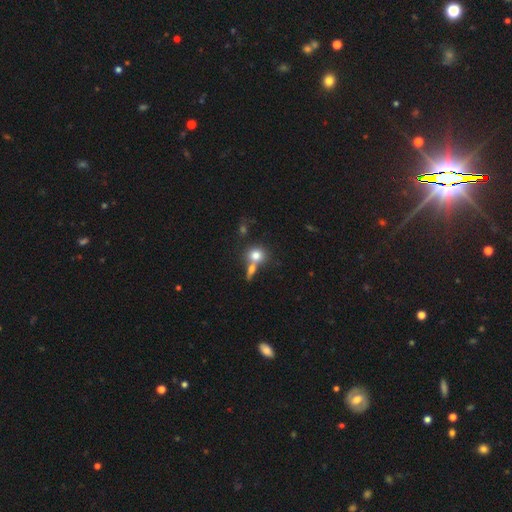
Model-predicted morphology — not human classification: A smooth galaxy with no disk features (78%) that is round (71%).

Vote fractions:
- Smooth or featured? smooth: 78% / featured or disk: 12% / star or artifact: 10%
- How rounded? round: 71% / in between: 27% / cigar-shaped: 2%
- Merging? none: 47% / merger: 39% / minor disturbance: 10% / major disturbance: 5%